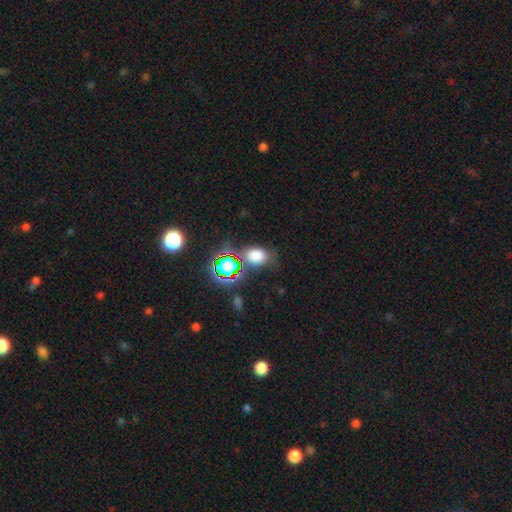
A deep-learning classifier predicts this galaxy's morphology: Smooth or featured? smooth (69%)
How rounded? in between (73%)
Merging? none (68%)